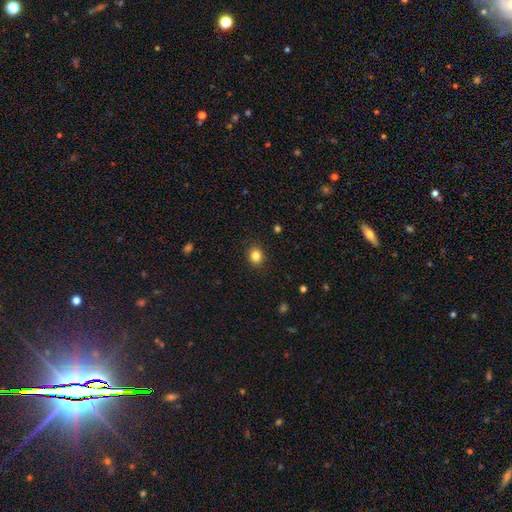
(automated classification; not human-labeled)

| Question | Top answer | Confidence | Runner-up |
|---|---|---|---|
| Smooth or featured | smooth | 83% | star or artifact (12%) |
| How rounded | round | 75% | in between (24%) |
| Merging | none | 90% | minor disturbance (7%) |